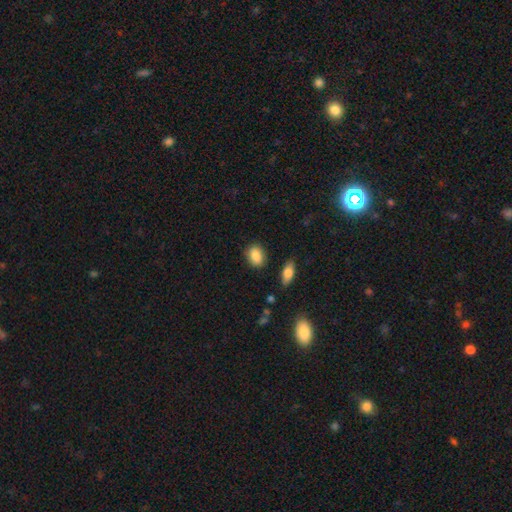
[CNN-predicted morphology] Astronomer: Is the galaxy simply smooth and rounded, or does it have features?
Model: smooth — 88%.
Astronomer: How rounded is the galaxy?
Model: in between — 75%.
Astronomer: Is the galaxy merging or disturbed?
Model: none — 84%.